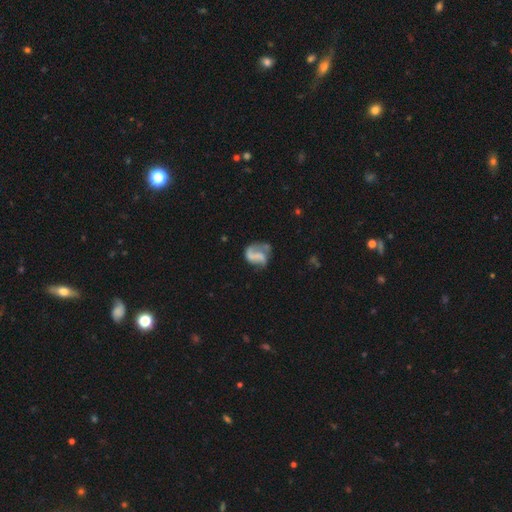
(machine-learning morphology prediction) A featured or disk galaxy (61%) with no bar (48%), spiral arms (74%) and no central bulge (62%). Merging: none (40%).